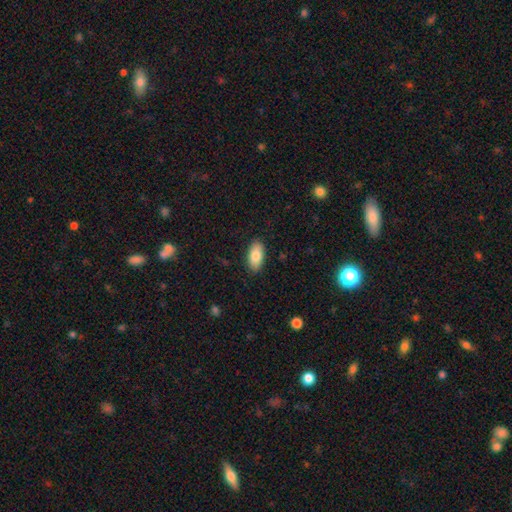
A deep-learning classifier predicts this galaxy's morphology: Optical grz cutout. It shows a smooth galaxy with no disk features (83%) that is in between round and cigar-shaped (92%). Merging: none (88%).